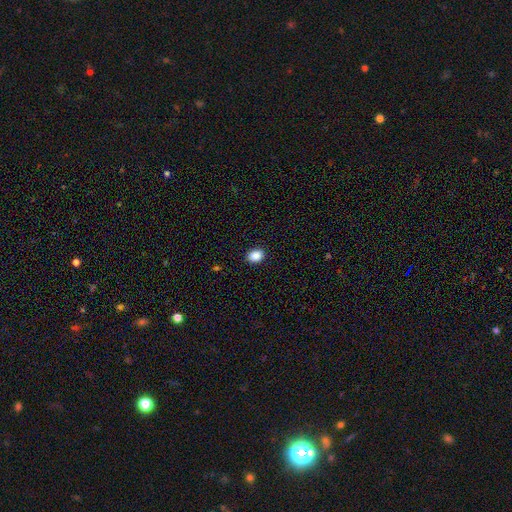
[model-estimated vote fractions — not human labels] Morphology: type=smooth (89%); roundness=in between (60%); merging=none (90%).